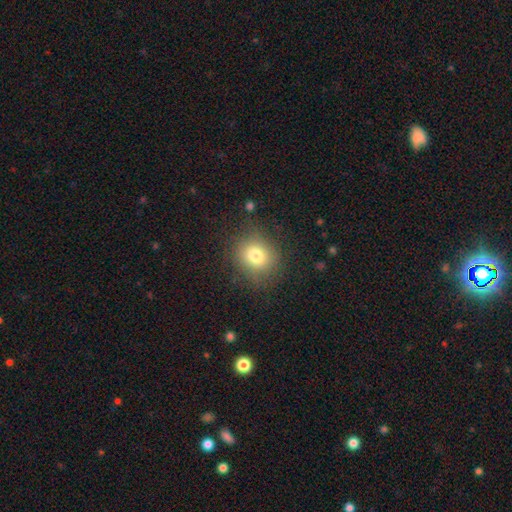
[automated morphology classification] type=smooth (77%); roundness=round (80%); merging=none (81%).